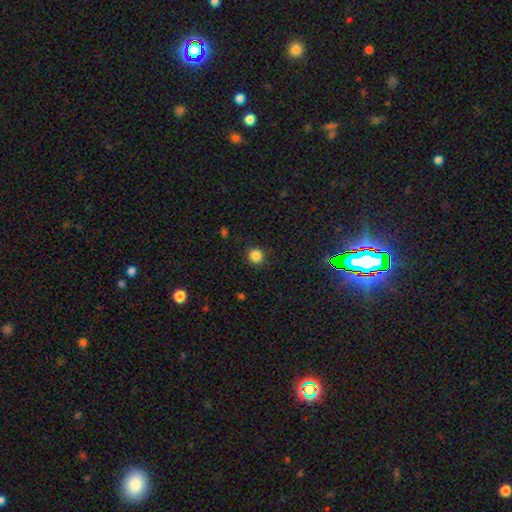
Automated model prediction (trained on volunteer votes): The model was most divided on "smooth or featured": smooth: 84%, star or artifact: 12%, featured or disk: 4%. More confident: how rounded — round (89%); merging — none (89%).